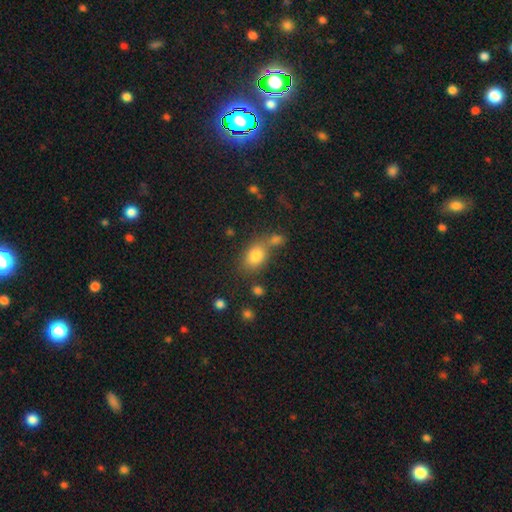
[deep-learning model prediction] This appears to be a smooth galaxy with no disk features (79%) that is in between round and cigar-shaped (74%). Merging: none (58%).